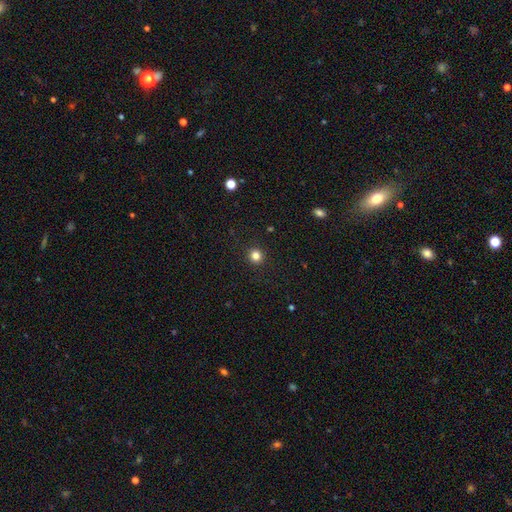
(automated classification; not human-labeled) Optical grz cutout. It shows a smooth galaxy with no disk features (83%) that is round (93%). Merging: none (93%).